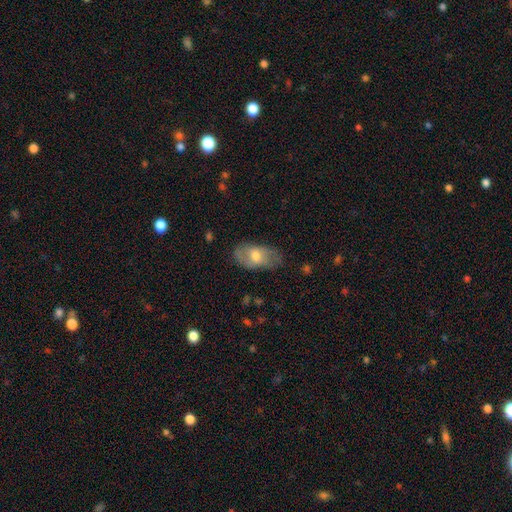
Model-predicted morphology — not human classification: Smooth or featured: smooth — 55% (featured or disk — 39%)
How rounded: in between — 91% (round — 6%)
Merging: none — 70% (minor disturbance — 22%)